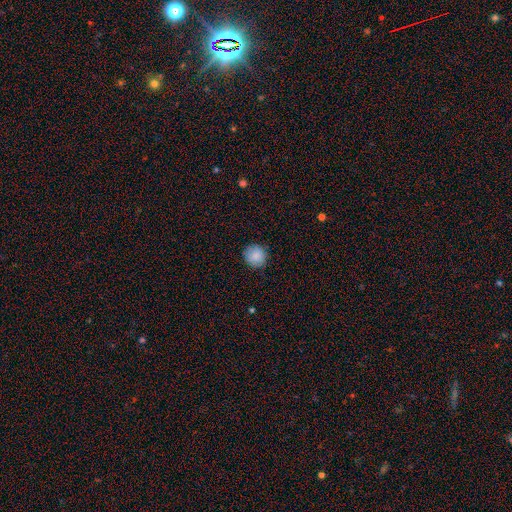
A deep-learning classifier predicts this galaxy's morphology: This appears to be a smooth galaxy with no disk features (87%) that is round (92%). Merging: none (88%).